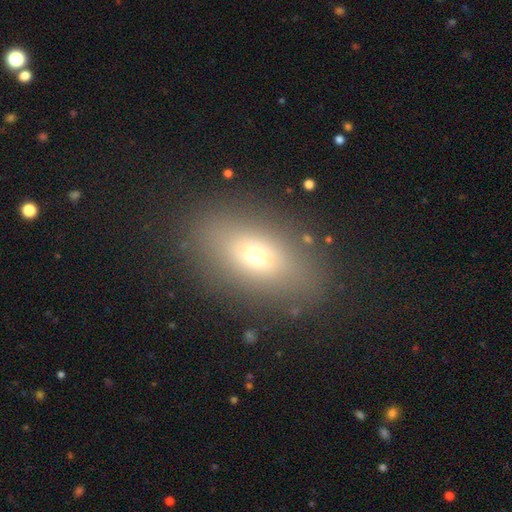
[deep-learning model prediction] The model was most divided on "smooth or featured": smooth: 65%, featured or disk: 19%, star or artifact: 16%. More confident: merging — none (83%); how rounded — in between (82%).